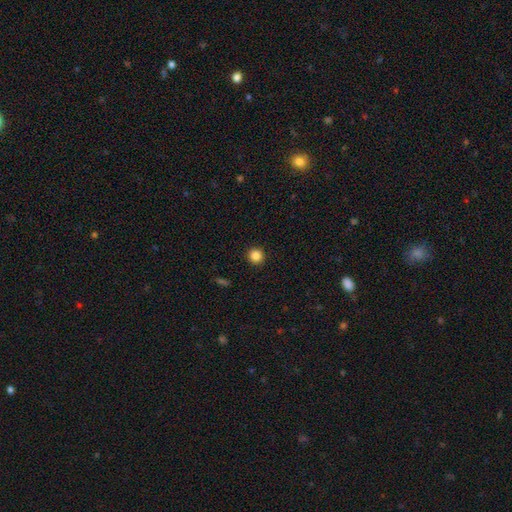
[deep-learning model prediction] Morphology: type=smooth (85%); roundness=round (94%); merging=none (93%).